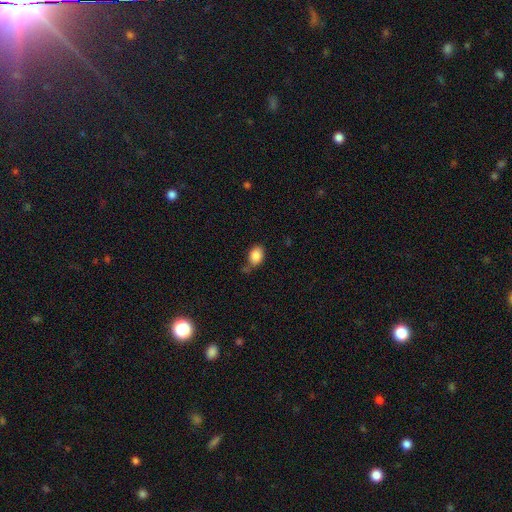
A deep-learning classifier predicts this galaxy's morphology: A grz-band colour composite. It shows a smooth galaxy with no disk features (87%) that is in between round and cigar-shaped (78%). Merging: none (58%).